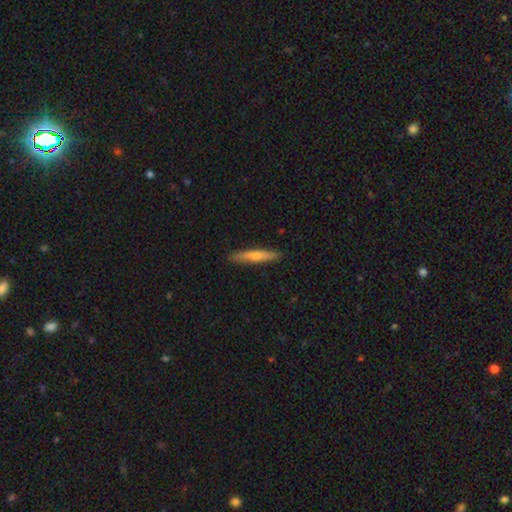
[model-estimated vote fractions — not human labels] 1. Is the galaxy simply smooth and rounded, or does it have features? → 55% smooth, 39% featured or disk, 6% star or artifact.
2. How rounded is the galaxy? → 92% cigar-shaped, 6% in between, 2% round.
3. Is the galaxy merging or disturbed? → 91% none, 7% minor disturbance, 1% major disturbance, 1% merger.